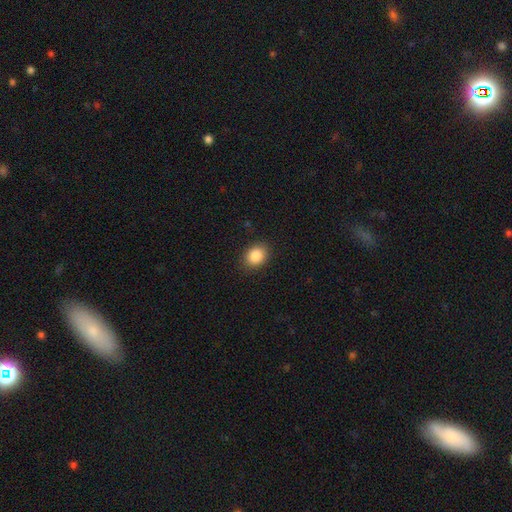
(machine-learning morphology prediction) Smooth or featured? smooth (87%)
How rounded? in between (53%)
Merging? none (88%)